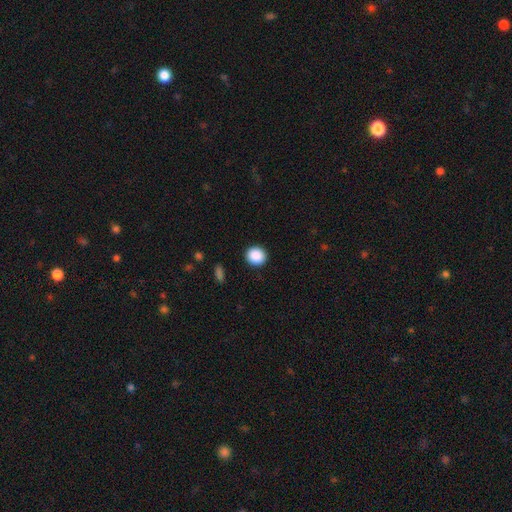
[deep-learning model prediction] Q: Smooth or featured?
A: smooth (89%); runner-up: star or artifact (8%)
Q: How rounded?
A: round (86%); runner-up: in between (13%)
Q: Merging?
A: none (92%); runner-up: minor disturbance (5%)